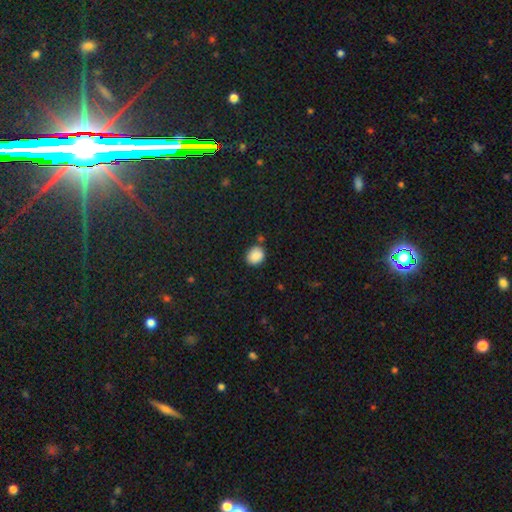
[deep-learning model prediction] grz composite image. It shows a smooth galaxy with no disk features (88%) that is round (67%). Merging: none (78%).